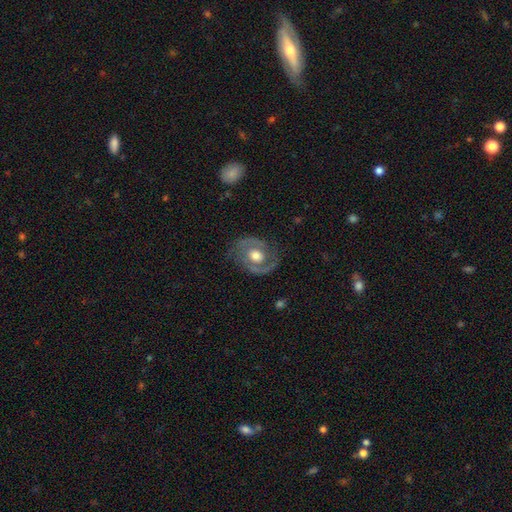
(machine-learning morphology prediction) Smooth or featured: featured or disk — 77% (smooth — 17%)
Edge-on disk: no — 97% (yes — 3%)
Bar: no — 71% (weak — 23%)
Spiral arms: yes — 81% (no — 19%)
Spiral winding: medium — 46% (tight — 38%)
Spiral arm count: 2 — 82% (can't tell — 7%)
Bulge size: moderate — 63% (large — 28%)
Merging: none — 75% (minor disturbance — 16%)